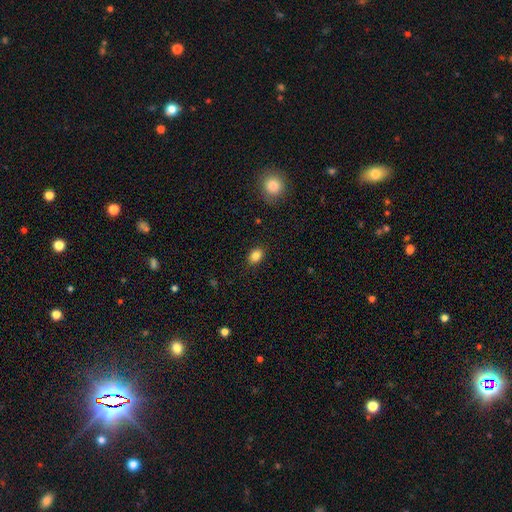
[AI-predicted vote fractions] The model was most divided on "how rounded": in between: 73%, round: 26%, cigar-shaped: 1%. More confident: merging — none (87%); smooth or featured — smooth (85%).